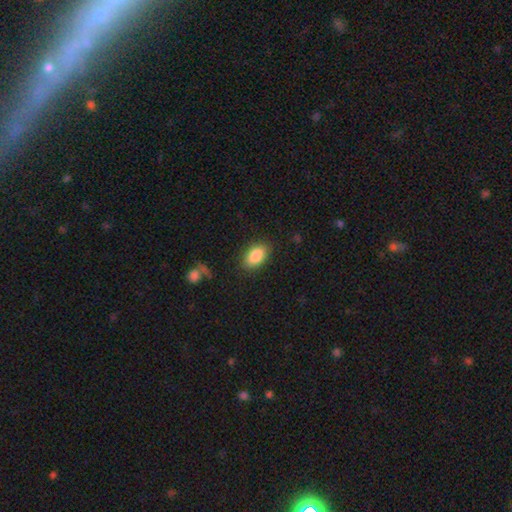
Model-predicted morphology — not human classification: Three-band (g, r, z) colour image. It shows a smooth galaxy with no disk features (87%) that is in between round and cigar-shaped (91%). Merging: none (85%).